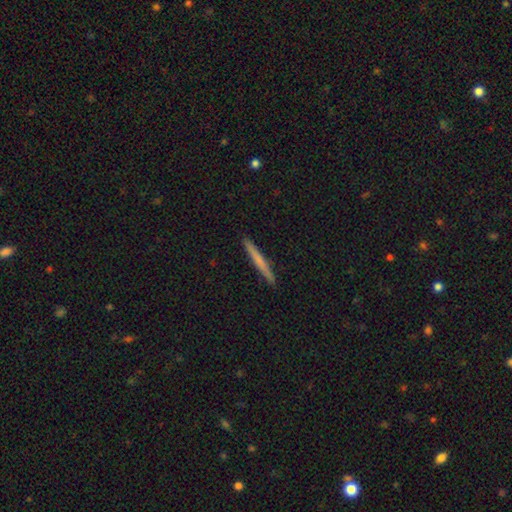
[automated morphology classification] Smooth or featured: smooth — 57% (featured or disk — 37%)
How rounded: cigar-shaped — 97% (in between — 2%)
Merging: none — 93% (minor disturbance — 5%)